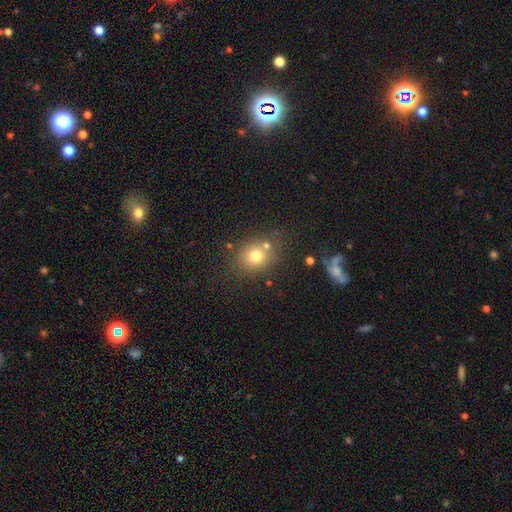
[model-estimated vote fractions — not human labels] Q: Smooth or featured?
A: smooth (74%); runner-up: star or artifact (15%)
Q: How rounded?
A: round (72%); runner-up: in between (27%)
Q: Merging?
A: none (70%); runner-up: merger (14%)